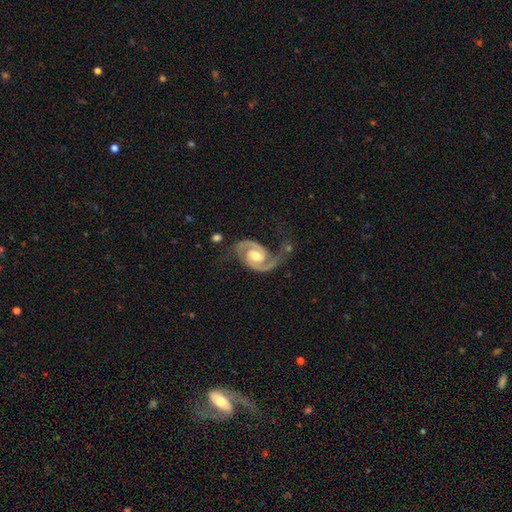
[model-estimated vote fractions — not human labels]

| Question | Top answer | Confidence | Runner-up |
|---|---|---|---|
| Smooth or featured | featured or disk | 93% | star or artifact (4%) |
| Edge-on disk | no | 98% | yes (2%) |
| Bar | weak | 43% | tied: no (43%) |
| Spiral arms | yes | 98% | no (2%) |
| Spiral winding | medium | 55% | tight (33%) |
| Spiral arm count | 2 | 94% | 1 (2%) |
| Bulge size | moderate | 75% | small (14%) |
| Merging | none | 63% | minor disturbance (22%) |